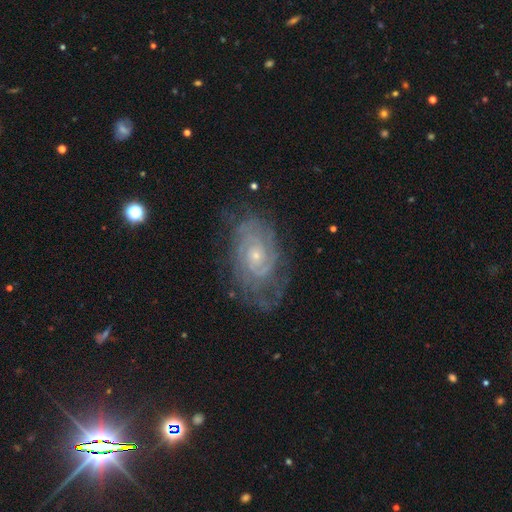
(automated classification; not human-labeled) A featured or disk galaxy (84%) with no bar (71%), tight (69%) spiral arms (95%) and a small central bulge (73%).

Vote fractions:
- Smooth or featured? featured or disk: 84% / smooth: 9% / star or artifact: 7%
- Edge-on disk? no: 96% / yes: 4%
- Bar? no: 71% / weak: 24% / strong: 4%
- Spiral arms? yes: 95% / no: 5%
- Spiral winding? tight: 69% / medium: 26% / loose: 6%
- Spiral arm count? can't tell: 36% / 2: 34% / 3: 13% / 4: 8% / more than 4: 5% / 1: 5%
- Bulge size? small: 73% / moderate: 23% / none: 2% / large: 1% / dominant: 1%
- Merging? none: 68% / minor disturbance: 21% / major disturbance: 10% / merger: 1%